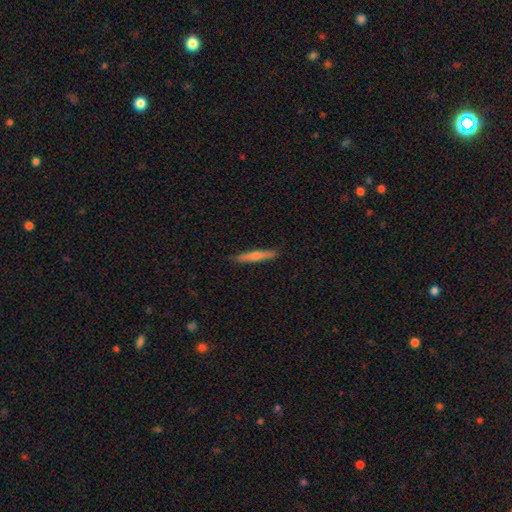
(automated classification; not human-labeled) The model was most divided on "smooth or featured": featured or disk: 53%, smooth: 39%, star or artifact: 7%. More confident: edge-on disk — yes (96%); merging — none (91%); edge-on bulge — rounded (70%).